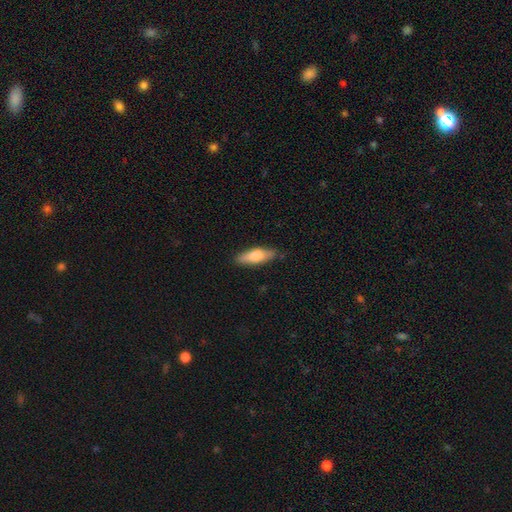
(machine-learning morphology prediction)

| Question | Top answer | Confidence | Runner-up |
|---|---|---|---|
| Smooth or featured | smooth | 71% | featured or disk (23%) |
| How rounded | in between | 58% | cigar-shaped (39%) |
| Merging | none | 83% | minor disturbance (14%) |